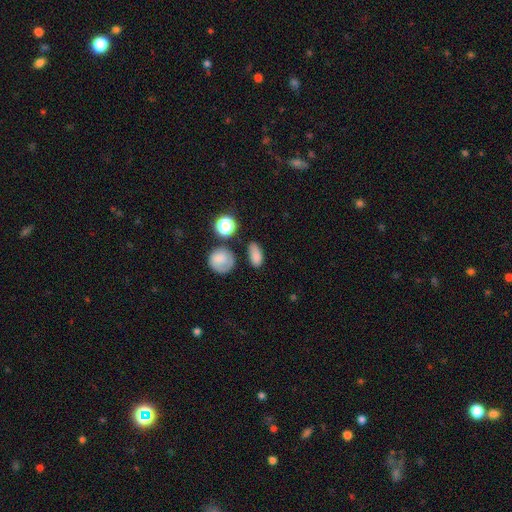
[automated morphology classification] type=smooth (83%); roundness=in between (75%); merging=none (69%).